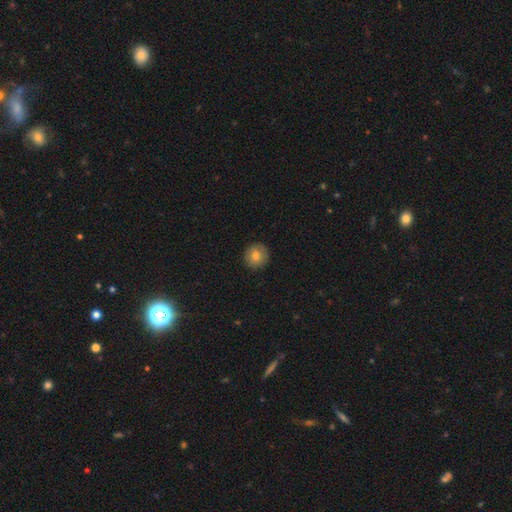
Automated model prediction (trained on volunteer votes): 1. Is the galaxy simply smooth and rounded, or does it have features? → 78% smooth, 13% featured or disk, 9% star or artifact.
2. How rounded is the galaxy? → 94% round, 5% in between, 1% cigar-shaped.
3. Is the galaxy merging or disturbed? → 90% none, 8% minor disturbance, 2% major disturbance, 1% merger.